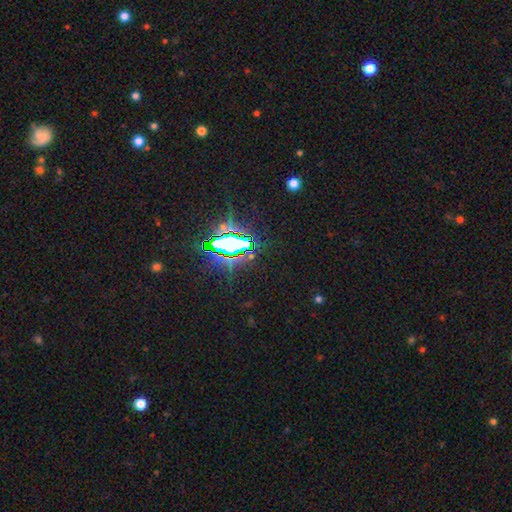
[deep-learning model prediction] smooth-or-featured: star or artifact: 84% | smooth: 9% | featured or disk: 7%